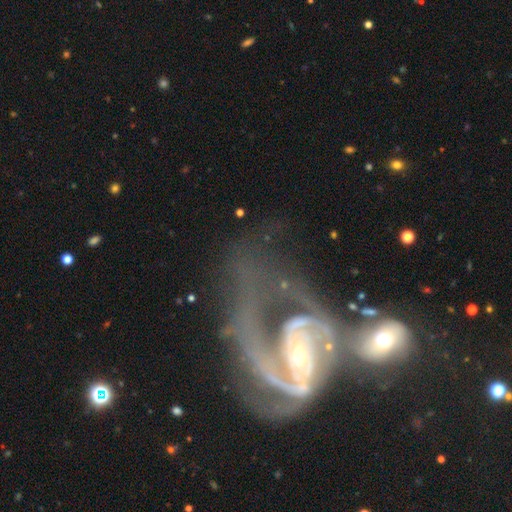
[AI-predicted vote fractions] Smooth or featured?
  - featured or disk: 85% *
  - smooth: 8%
  - star or artifact: 7%
Edge-on disk?
  - no: 96% *
  - yes: 4%
Bar?
  - no: 46% *
  - weak: 32%
  - strong: 22%
Spiral arms?
  - yes: 92% *
  - no: 8%
Spiral winding?
  - medium: 44% *
  - tight: 33%
  - loose: 23%
Spiral arm count?
  - 2: 62% *
  - can't tell: 15%
  - 1: 9%
  - 3: 7%
  - 4: 3%
  - more than 4: 3%
Bulge size?
  - small: 63% *
  - moderate: 31%
  - large: 3%
  - none: 2%
  - dominant: 1%
Merging?
  - merger: 40% *
  - major disturbance: 29%
  - none: 19%
  - minor disturbance: 11%